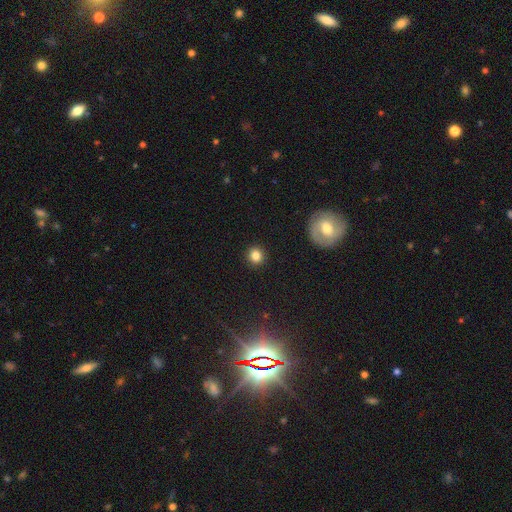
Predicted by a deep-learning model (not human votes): Smooth or featured? Predicted: smooth (p=0.83). How rounded? Predicted: round (p=0.91). Merging? Predicted: none (p=0.92).